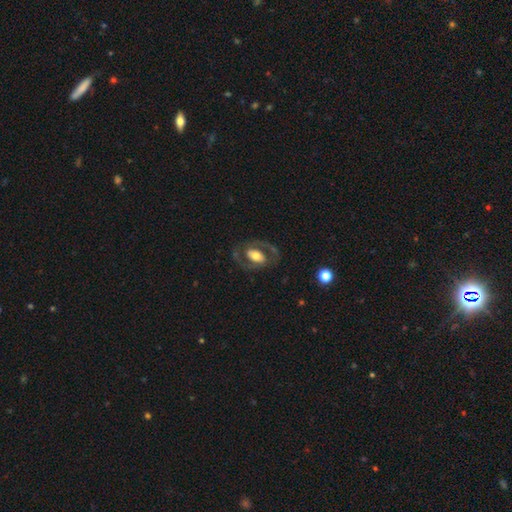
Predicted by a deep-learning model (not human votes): Q: Smooth or featured?
A: featured or disk (64%); runner-up: smooth (31%)
Q: Edge-on disk?
A: no (95%); runner-up: yes (5%)
Q: Bar?
A: no (46%); runner-up: weak (29%)
Q: Spiral arms?
A: yes (64%); runner-up: no (36%)
Q: Bulge size?
A: moderate (54%); runner-up: large (29%)
Q: Merging?
A: none (70%); runner-up: minor disturbance (14%)